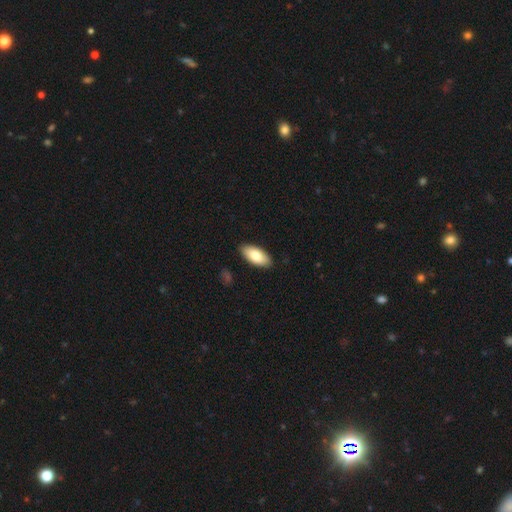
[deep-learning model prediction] Morphology: type=smooth (82%); roundness=in between (91%); merging=none (88%).